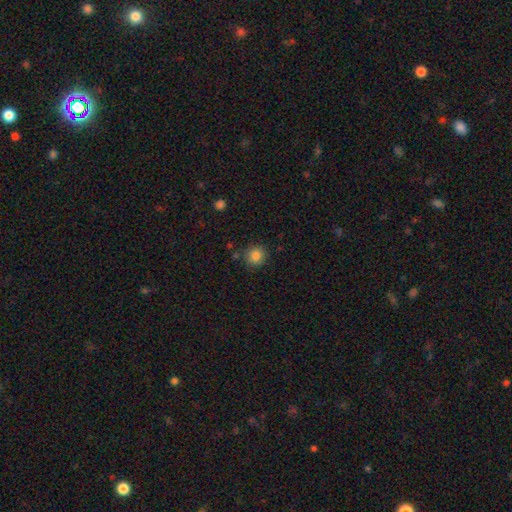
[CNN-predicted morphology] Q: Smooth or featured?
A: smooth (84%); runner-up: star or artifact (11%)
Q: How rounded?
A: round (89%); runner-up: in between (10%)
Q: Merging?
A: none (85%); runner-up: minor disturbance (9%)